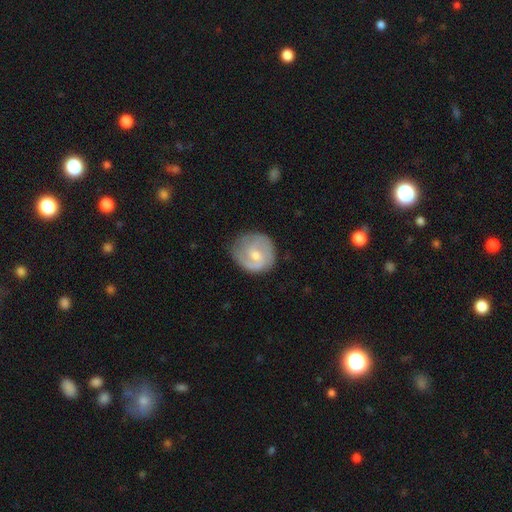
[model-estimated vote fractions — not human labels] Q: Smooth or featured?
A: featured or disk (68%); runner-up: smooth (27%)
Q: Edge-on disk?
A: no (98%); runner-up: yes (2%)
Q: Bar?
A: weak (49%); runner-up: no (43%)
Q: Spiral arms?
A: yes (90%); runner-up: no (10%)
Q: Spiral winding?
A: tight (44%); runner-up: medium (40%)
Q: Spiral arm count?
A: 2 (61%); runner-up: can't tell (16%)
Q: Bulge size?
A: moderate (53%); runner-up: small (41%)
Q: Merging?
A: none (76%); runner-up: minor disturbance (17%)